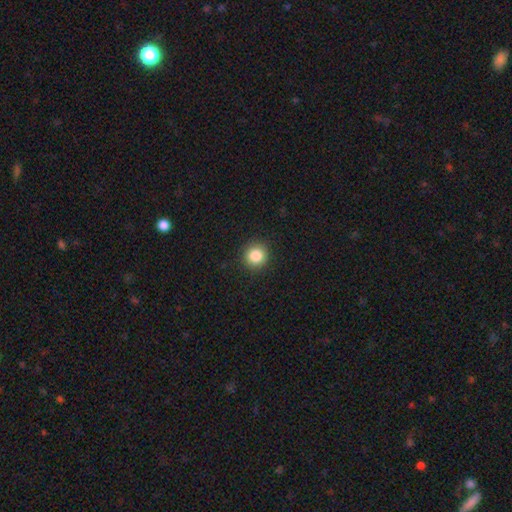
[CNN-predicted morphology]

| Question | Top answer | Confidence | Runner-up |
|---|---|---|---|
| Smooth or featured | smooth | 85% | star or artifact (10%) |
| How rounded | round | 93% | in between (6%) |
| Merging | none | 91% | minor disturbance (6%) |